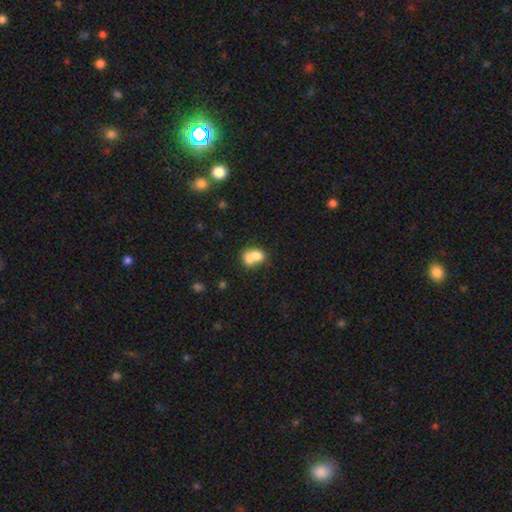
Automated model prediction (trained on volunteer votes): Smooth or featured? smooth (71%)
How rounded? in between (67%)
Merging? merger (63%)